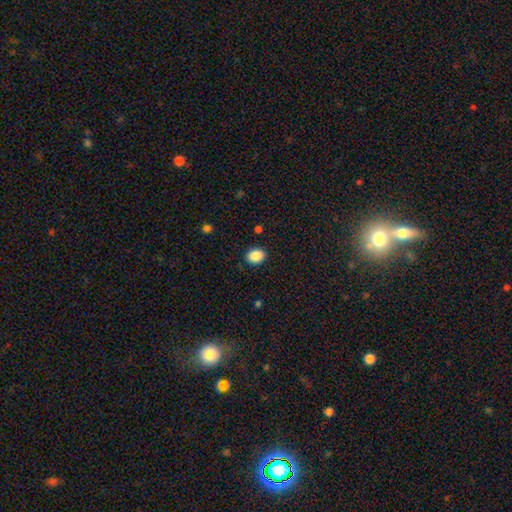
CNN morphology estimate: Smooth or featured?
  - smooth: 88% *
  - star or artifact: 9%
  - featured or disk: 3%
How rounded?
  - in between: 58% *
  - round: 41%
  - cigar-shaped: 1%
Merging?
  - none: 89% *
  - minor disturbance: 8%
  - major disturbance: 2%
  - merger: 1%